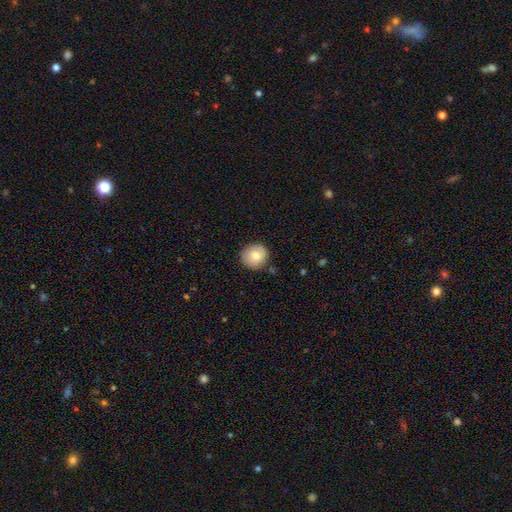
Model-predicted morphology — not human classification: smooth-or-featured: smooth: 75% | featured or disk: 17% | star or artifact: 8%
  how-rounded: round: 92% | in between: 7% | cigar-shaped: 1%
  merging: none: 84% | minor disturbance: 12% | major disturbance: 2% | merger: 2%